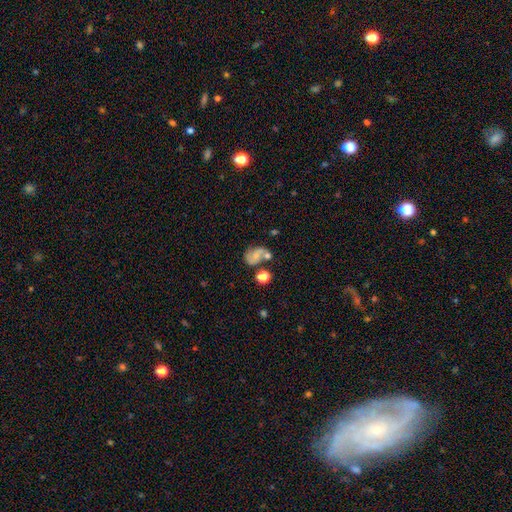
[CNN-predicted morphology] Smooth or featured: featured or disk — 55% (smooth — 33%)
Edge-on disk: no — 98% (yes — 2%)
Bar: no — 66% (weak — 27%)
Spiral arms: yes — 82% (no — 18%)
Bulge size: small — 49% (none — 27%)
Merging: none — 38% (merger — 29%)